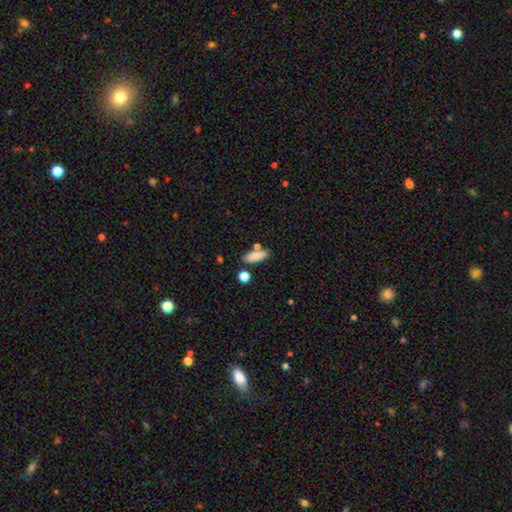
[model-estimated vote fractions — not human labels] Morphology: type=smooth (84%); roundness=in between (64%); merging=none (74%).